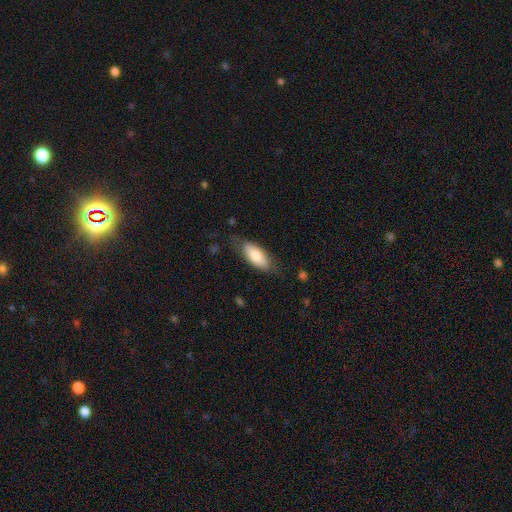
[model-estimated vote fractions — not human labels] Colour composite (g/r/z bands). It shows a smooth galaxy with no disk features (80%) that is in between round and cigar-shaped (84%). Merging: none (69%).